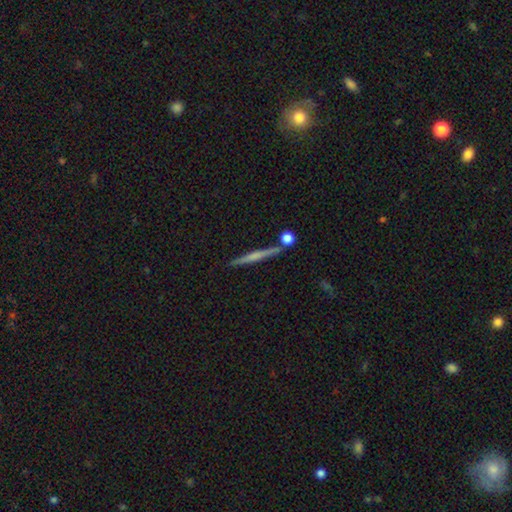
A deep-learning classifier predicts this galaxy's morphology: Smooth or featured?
  - featured or disk: 54% *
  - smooth: 39%
  - star or artifact: 7%
Edge-on disk?
  - yes: 97% *
  - no: 3%
Edge-on bulge?
  - none: 50% *
  - rounded: 39%
  - boxy: 12%
Merging?
  - none: 84% *
  - minor disturbance: 8%
  - merger: 6%
  - major disturbance: 2%